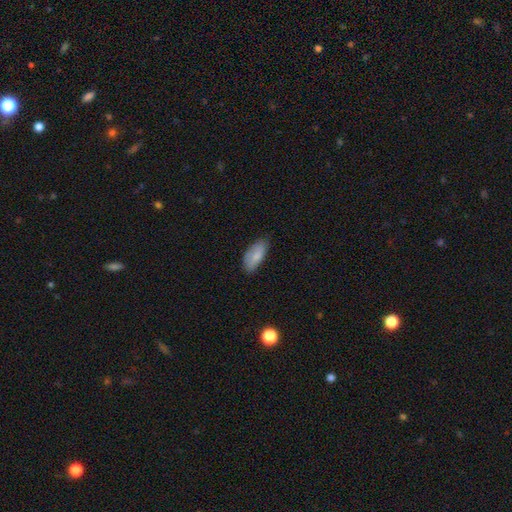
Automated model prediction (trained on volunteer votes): This appears to be a smooth galaxy with no disk features (82%) that is in between round and cigar-shaped (88%). Merging: none (73%).